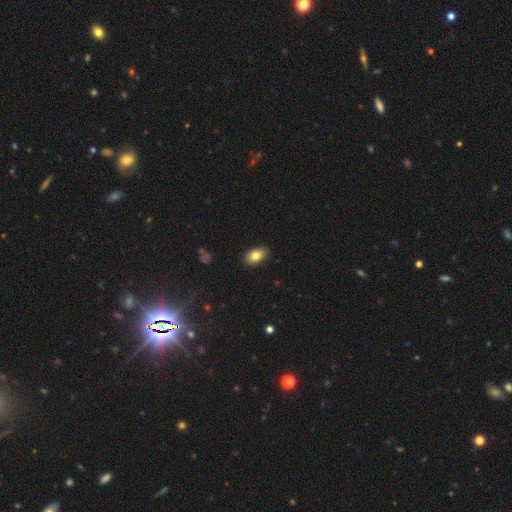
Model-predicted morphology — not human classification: A smooth galaxy with no disk features (80%) that is in between round and cigar-shaped (89%).

Vote fractions:
- Smooth or featured? smooth: 80% / featured or disk: 12% / star or artifact: 8%
- How rounded? in between: 89% / round: 9% / cigar-shaped: 2%
- Merging? none: 89% / minor disturbance: 8% / major disturbance: 2% / merger: 1%